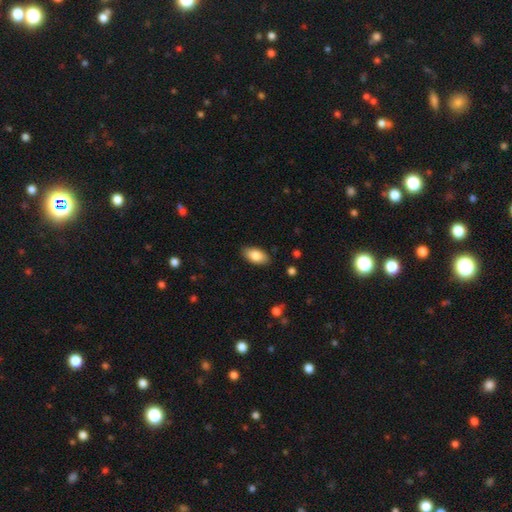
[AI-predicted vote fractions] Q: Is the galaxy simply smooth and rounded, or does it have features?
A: smooth — 84%.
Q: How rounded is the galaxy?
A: in between — 93%.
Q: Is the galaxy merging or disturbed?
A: none — 87%.